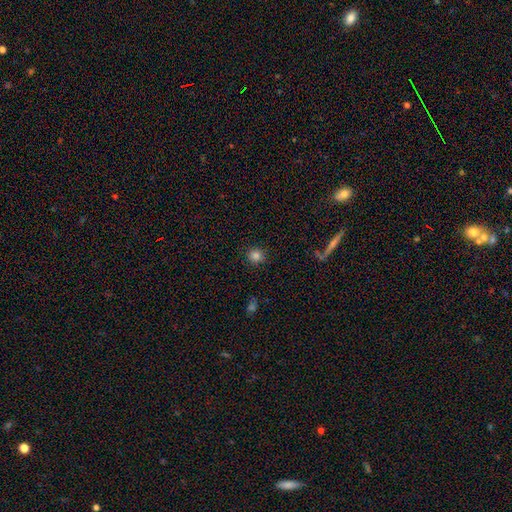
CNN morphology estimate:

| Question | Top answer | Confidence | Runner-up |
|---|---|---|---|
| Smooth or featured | smooth | 84% | star or artifact (12%) |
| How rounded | round | 91% | in between (8%) |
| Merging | none | 91% | minor disturbance (6%) |